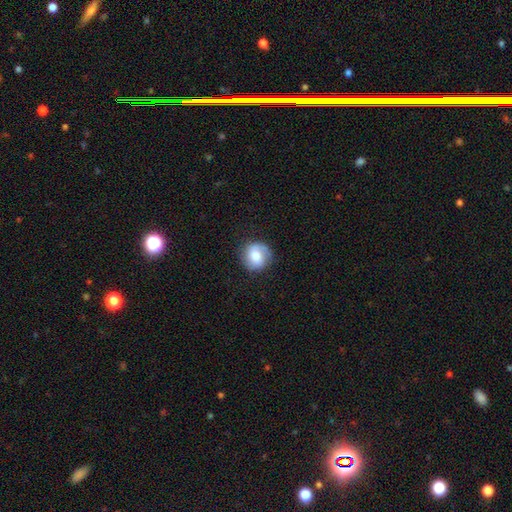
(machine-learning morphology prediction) smooth-or-featured: smooth: 56% | featured or disk: 36% | star or artifact: 8%
  how-rounded: round: 87% | in between: 12% | cigar-shaped: 1%
  merging: none: 78% | minor disturbance: 15% | major disturbance: 5% | merger: 1%